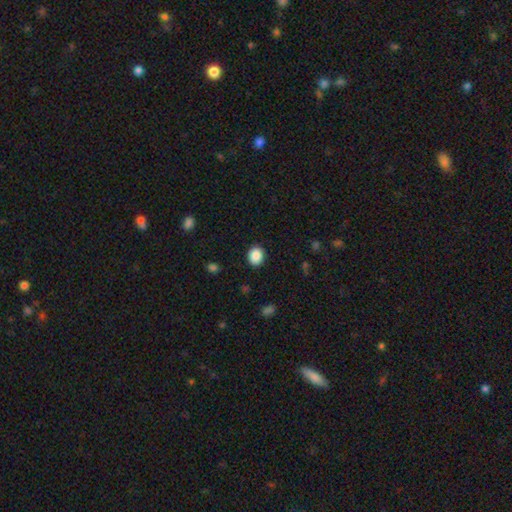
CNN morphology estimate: A smooth galaxy with no disk features (89%) that is round (61%).

Vote fractions:
- Smooth or featured? smooth: 89% / star or artifact: 9% / featured or disk: 3%
- How rounded? round: 61% / in between: 38% / cigar-shaped: 1%
- Merging? none: 90% / minor disturbance: 7% / major disturbance: 2% / merger: 1%